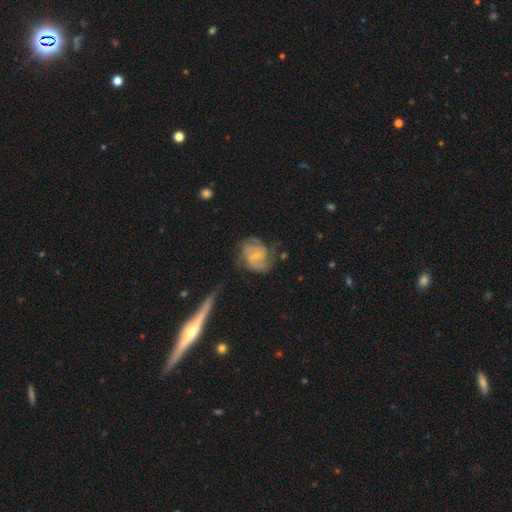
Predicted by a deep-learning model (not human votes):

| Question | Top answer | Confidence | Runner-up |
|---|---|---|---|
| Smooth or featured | featured or disk | 85% | smooth (10%) |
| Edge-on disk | no | 98% | yes (2%) |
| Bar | weak | 53% | no (37%) |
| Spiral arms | yes | 96% | no (4%) |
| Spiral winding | medium | 49% | tight (37%) |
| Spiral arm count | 2 | 59% | 3 (18%) |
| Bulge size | small | 62% | moderate (29%) |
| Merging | none | 63% | minor disturbance (22%) |